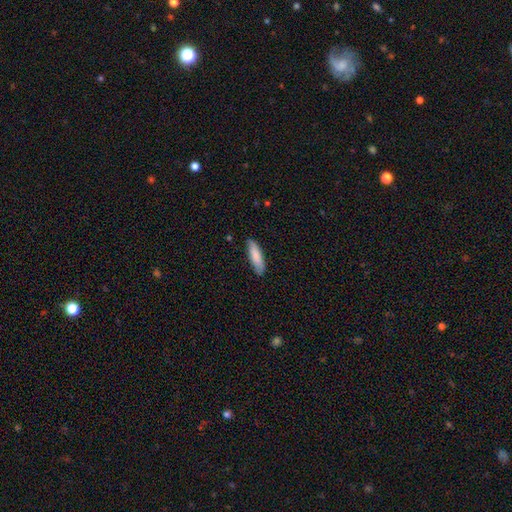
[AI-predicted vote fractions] The model was most divided on "how rounded": cigar-shaped: 63%, in between: 36%, round: 1%. More confident: smooth or featured — smooth (84%); merging — none (83%).